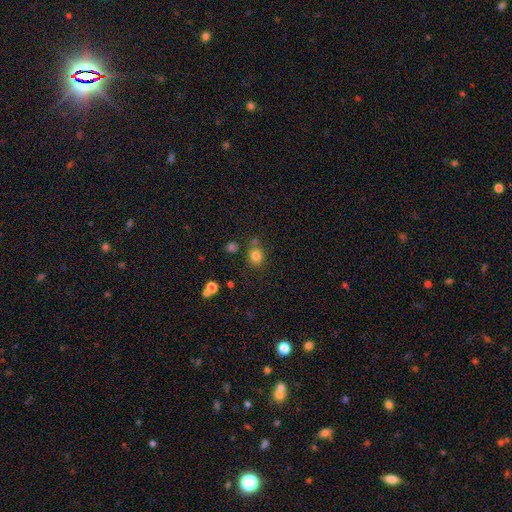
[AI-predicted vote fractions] The model was most divided on "how rounded": round: 73%, in between: 26%, cigar-shaped: 1%. More confident: smooth or featured — smooth (80%); merging — none (72%).